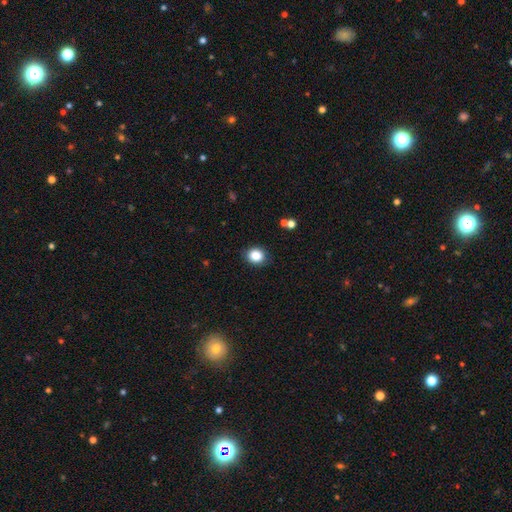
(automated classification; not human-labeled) smooth_or_featured: smooth (p=0.86) [alt: star or artifact p=0.10]
how_rounded: round (p=0.69) [alt: in between p=0.30]
merging: none (p=0.85) [alt: minor disturbance p=0.11]